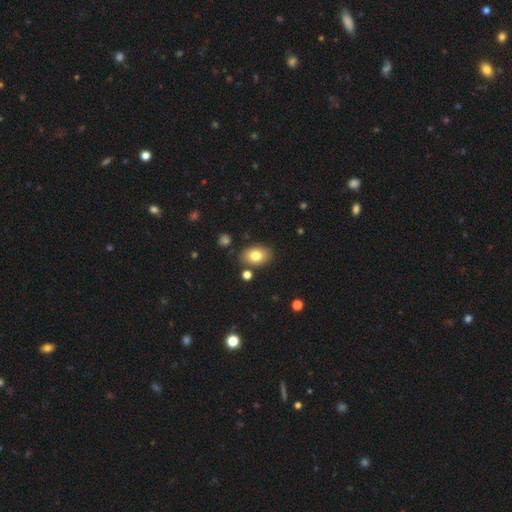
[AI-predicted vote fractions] Smooth or featured?
  - smooth: 79% *
  - featured or disk: 12%
  - star or artifact: 9%
How rounded?
  - in between: 82% *
  - round: 17%
  - cigar-shaped: 1%
Merging?
  - none: 83% *
  - minor disturbance: 11%
  - merger: 4%
  - major disturbance: 3%